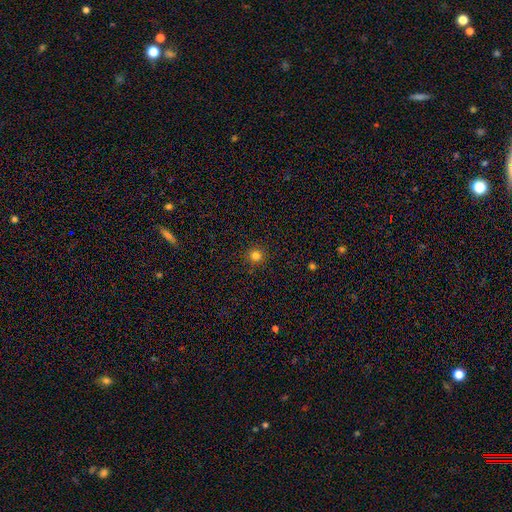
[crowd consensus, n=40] Smooth or featured: smooth — 85% (star or artifact — 12%)
How rounded: round — 100%
Merging: none — 94% (minor disturbance — 6%)